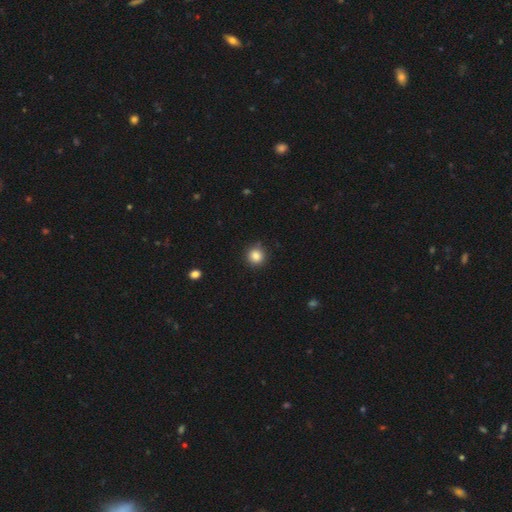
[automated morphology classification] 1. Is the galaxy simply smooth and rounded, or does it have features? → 85% smooth, 11% star or artifact, 4% featured or disk.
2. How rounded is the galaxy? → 92% round, 7% in between, 1% cigar-shaped.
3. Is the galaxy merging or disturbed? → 86% none, 10% minor disturbance, 2% major disturbance, 1% merger.